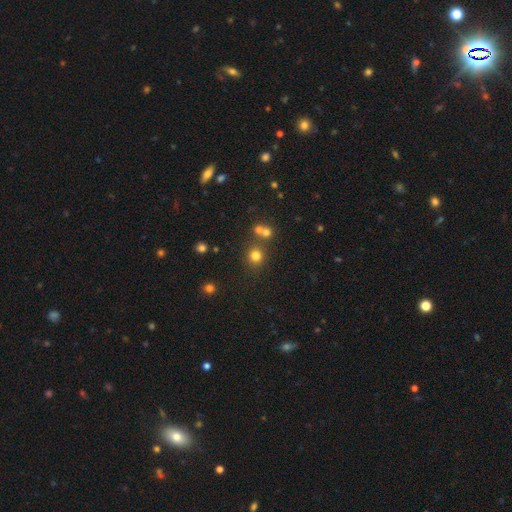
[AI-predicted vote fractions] Q: Smooth or featured?
A: smooth (76%); runner-up: star or artifact (17%)
Q: How rounded?
A: round (89%); runner-up: in between (10%)
Q: Merging?
A: none (73%); runner-up: merger (16%)